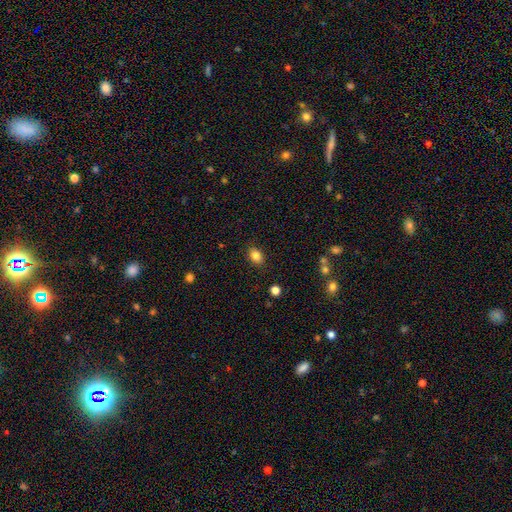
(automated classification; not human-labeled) Smooth or featured? Predicted: smooth (p=0.84). How rounded? Predicted: in between (p=0.73). Merging? Predicted: none (p=0.87).